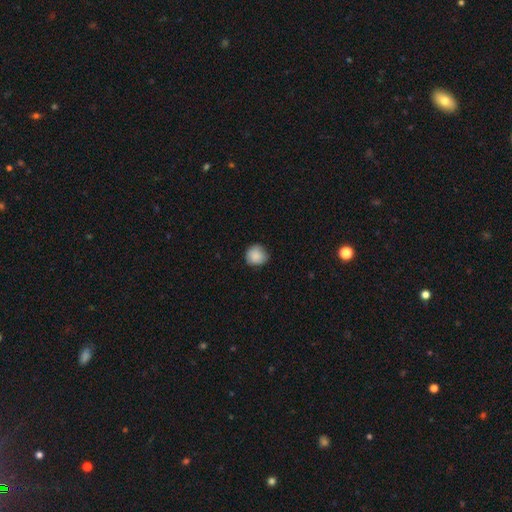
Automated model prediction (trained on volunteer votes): A smooth galaxy with no disk features (88%) that is round (89%).

Vote fractions:
- Smooth or featured? smooth: 88% / star or artifact: 8% / featured or disk: 5%
- How rounded? round: 89% / in between: 10% / cigar-shaped: 1%
- Merging? none: 79% / minor disturbance: 17% / major disturbance: 3% / merger: 1%